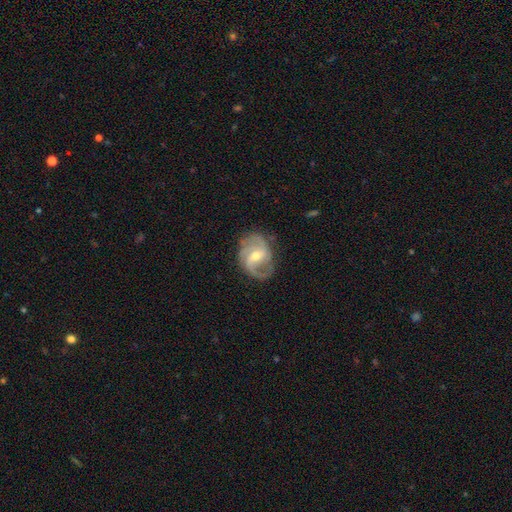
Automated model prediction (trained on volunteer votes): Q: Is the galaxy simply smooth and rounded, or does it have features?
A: featured or disk — 89%.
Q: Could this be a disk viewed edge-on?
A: no — 98%.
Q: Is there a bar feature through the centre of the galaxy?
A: weak — 50%.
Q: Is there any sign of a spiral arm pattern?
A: yes — 97%.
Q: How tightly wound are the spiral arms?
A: medium — 54%.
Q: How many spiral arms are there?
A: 2 — 50%.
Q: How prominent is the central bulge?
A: moderate — 51%.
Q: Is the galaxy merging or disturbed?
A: none — 73%.